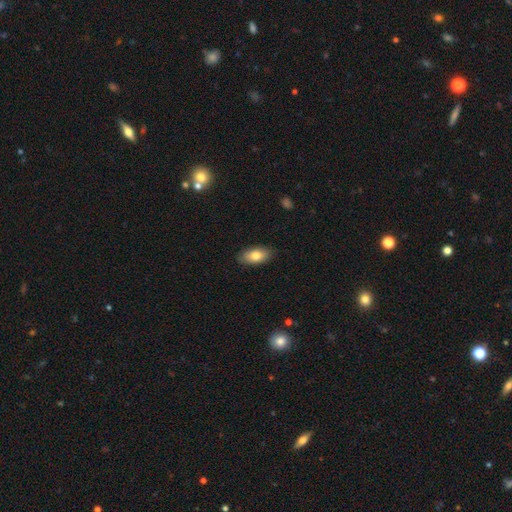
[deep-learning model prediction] smooth 80%, featured or disk 14%, star or artifact 7%. Down the decision tree: how rounded — in between (90%); merging — none (88%).